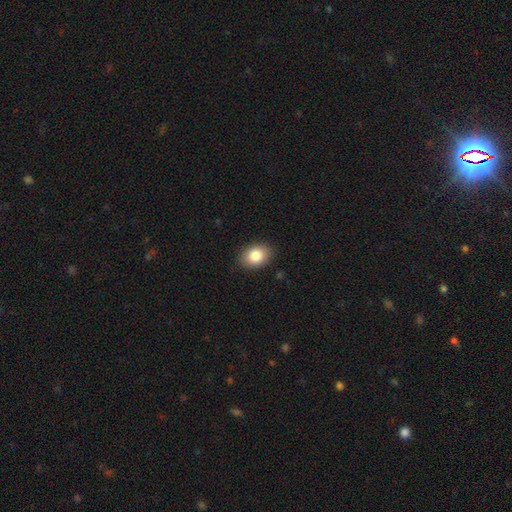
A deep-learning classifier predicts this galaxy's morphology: Smooth or featured? smooth (85%)
How rounded? in between (75%)
Merging? none (87%)